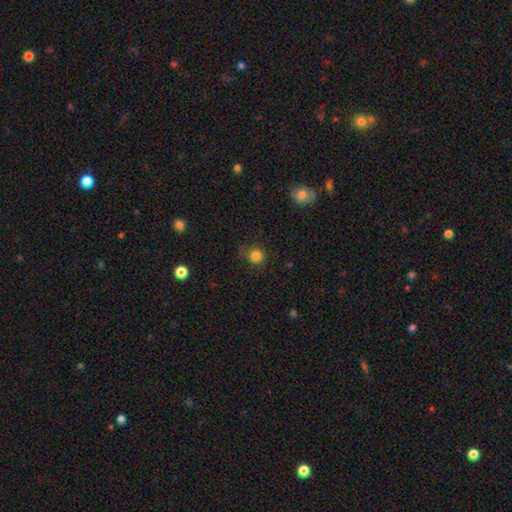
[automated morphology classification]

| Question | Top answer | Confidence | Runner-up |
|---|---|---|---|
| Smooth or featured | smooth | 82% | star or artifact (13%) |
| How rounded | round | 90% | in between (9%) |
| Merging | none | 77% | minor disturbance (16%) |